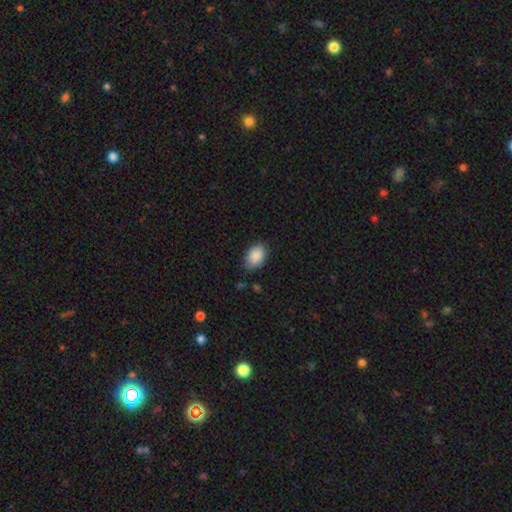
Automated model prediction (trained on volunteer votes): Morphology: type=smooth (89%); roundness=in between (85%); merging=none (78%).